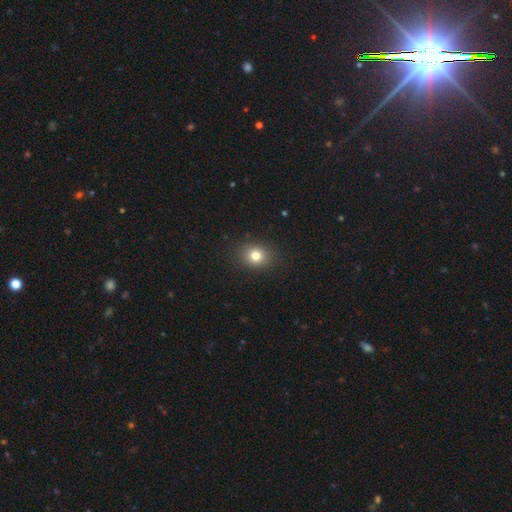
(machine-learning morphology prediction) type=smooth (79%); roundness=round (60%); merging=none (88%).